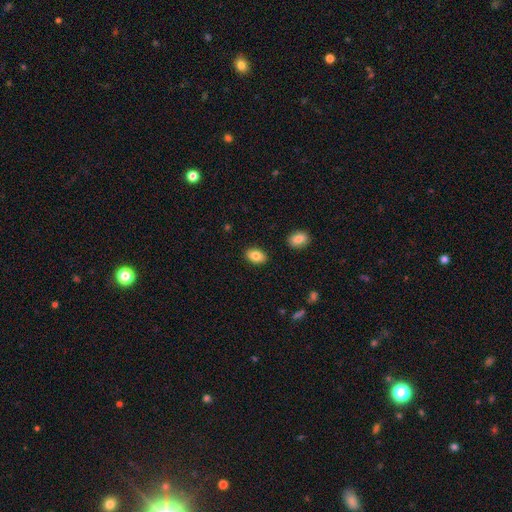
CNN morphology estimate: A smooth galaxy with no disk features (85%) that is in between round and cigar-shaped (88%). Merging: none (88%).